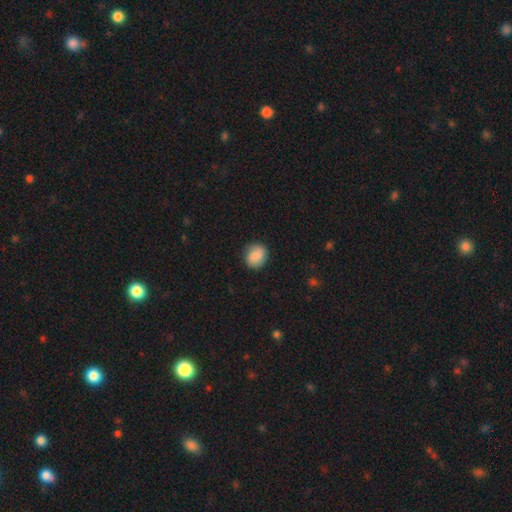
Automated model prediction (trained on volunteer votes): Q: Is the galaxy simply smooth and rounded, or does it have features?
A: smooth — 84%.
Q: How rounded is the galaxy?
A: round — 74%.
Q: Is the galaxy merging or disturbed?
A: none — 85%.